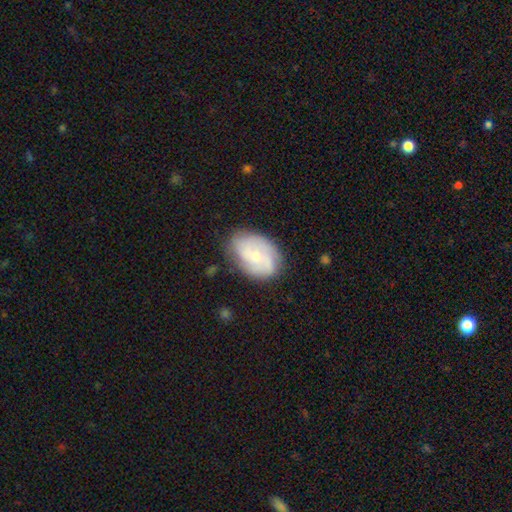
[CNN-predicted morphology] The model was most divided on "spiral winding": tight: 41%, medium: 40%, loose: 19%. Remaining: edge-on disk — no (97%); spiral arms — yes (88%); merging — none (74%); bulge size — small (68%); bar — no (66%); smooth or featured — featured or disk (61%); spiral arm count — 2 (35%).